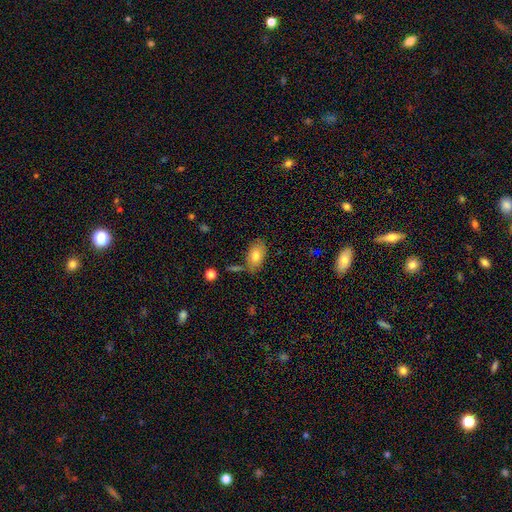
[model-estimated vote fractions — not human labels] Smooth or featured?
  - smooth: 78% *
  - featured or disk: 14%
  - star or artifact: 7%
How rounded?
  - in between: 91% *
  - round: 7%
  - cigar-shaped: 2%
Merging?
  - none: 71% *
  - minor disturbance: 16%
  - merger: 8%
  - major disturbance: 4%